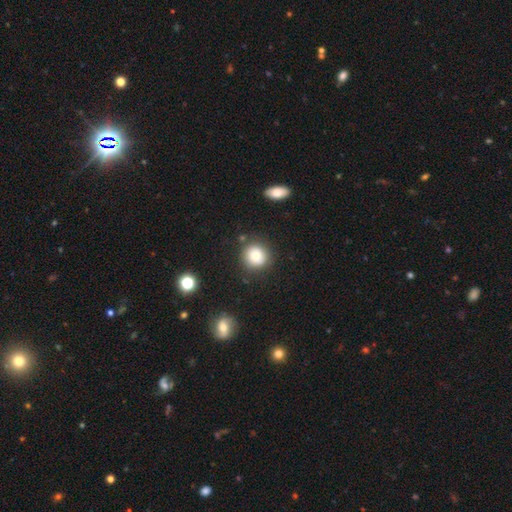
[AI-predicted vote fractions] Smooth or featured?
  - smooth: 78% *
  - featured or disk: 11%
  - star or artifact: 11%
How rounded?
  - round: 90% *
  - in between: 9%
  - cigar-shaped: 1%
Merging?
  - none: 83% *
  - minor disturbance: 11%
  - merger: 4%
  - major disturbance: 3%